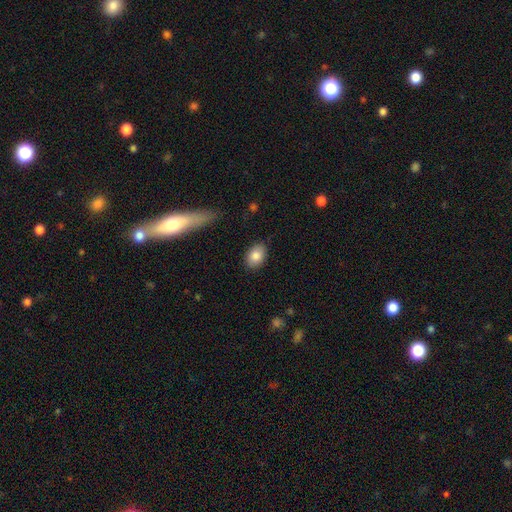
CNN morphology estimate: This appears to be a smooth galaxy with no disk features (84%) that is in between round and cigar-shaped (82%). Merging: none (85%).